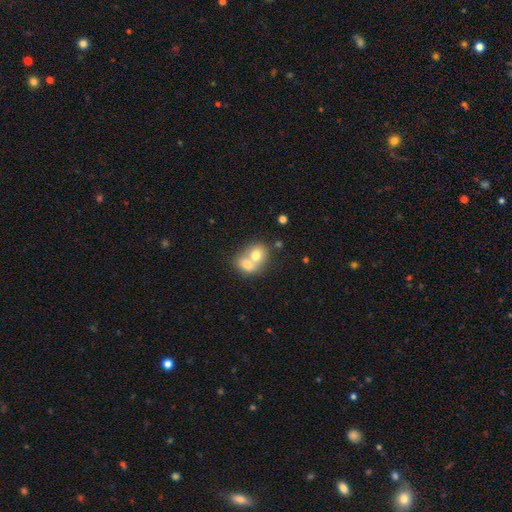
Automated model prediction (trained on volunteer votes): Smooth or featured? Predicted: smooth (p=0.71). How rounded? Predicted: round (p=0.54). Merging? Predicted: merger (p=0.71).